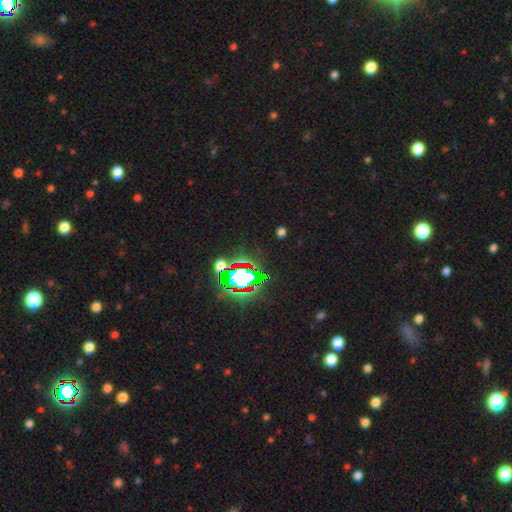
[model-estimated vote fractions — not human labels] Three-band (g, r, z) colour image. It shows a star or artifact, not a galaxy (82%).